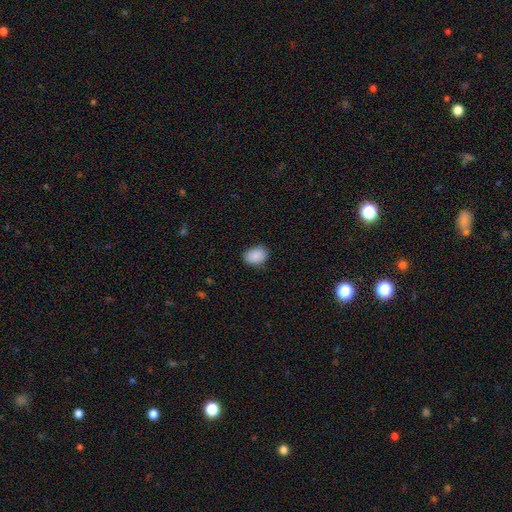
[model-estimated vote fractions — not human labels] Q: Smooth or featured?
A: smooth (89%); runner-up: star or artifact (7%)
Q: How rounded?
A: in between (72%); runner-up: round (27%)
Q: Merging?
A: none (80%); runner-up: minor disturbance (16%)